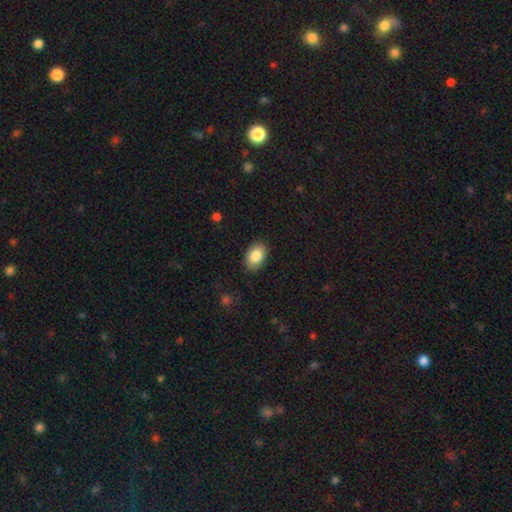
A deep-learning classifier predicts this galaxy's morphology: The model was most divided on "merging": none: 87%, minor disturbance: 10%, major disturbance: 2%, merger: 1%. More confident: how rounded — in between (88%); smooth or featured — smooth (86%).